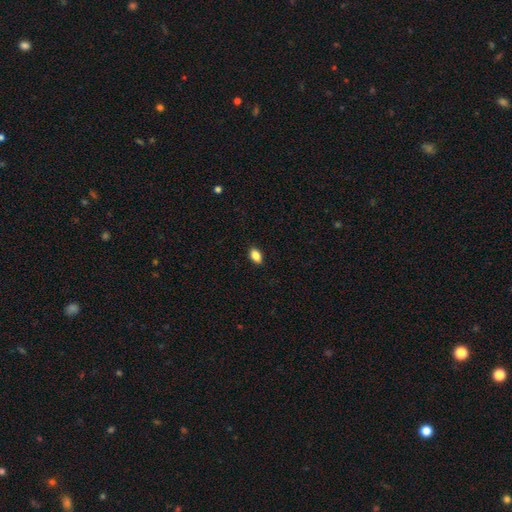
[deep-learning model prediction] Smooth or featured? smooth (87%)
How rounded? in between (87%)
Merging? none (89%)